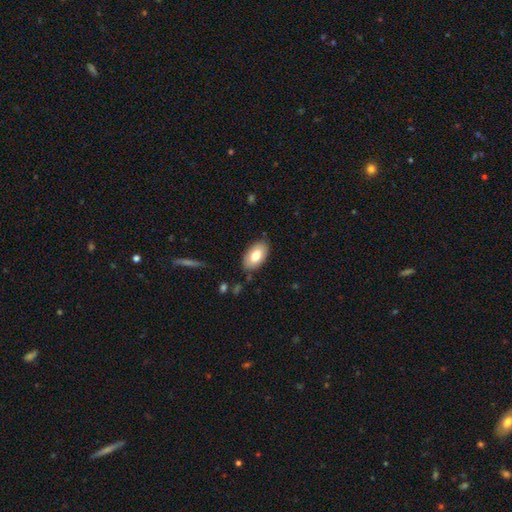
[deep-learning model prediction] Smooth or featured? Predicted: smooth (p=0.77). How rounded? Predicted: in between (p=0.94). Merging? Predicted: none (p=0.84).